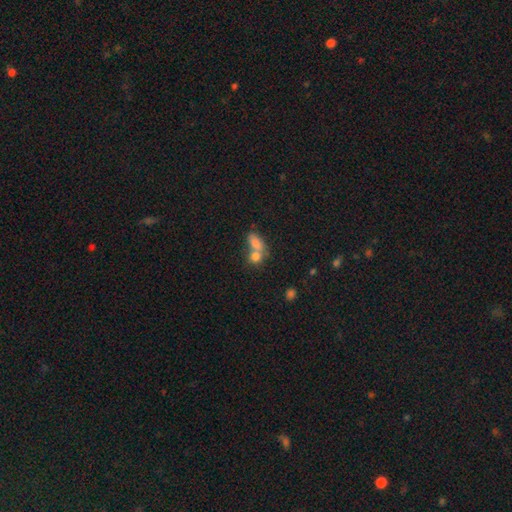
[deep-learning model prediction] A smooth galaxy with no disk features (79%) that is in between round and cigar-shaped (64%). Merging: merger (60%).